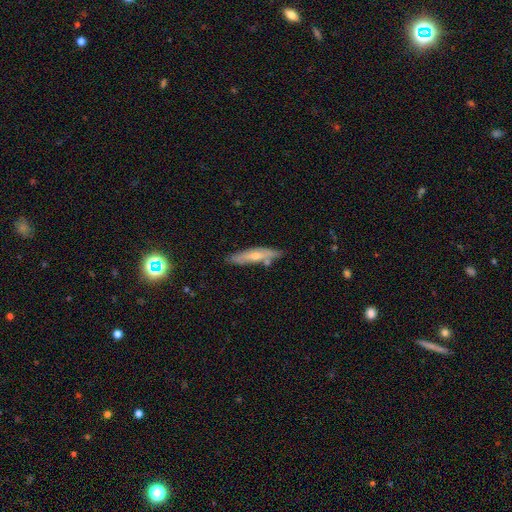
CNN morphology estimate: This appears to be a featured or disk galaxy (49%). Merging: none (79%).